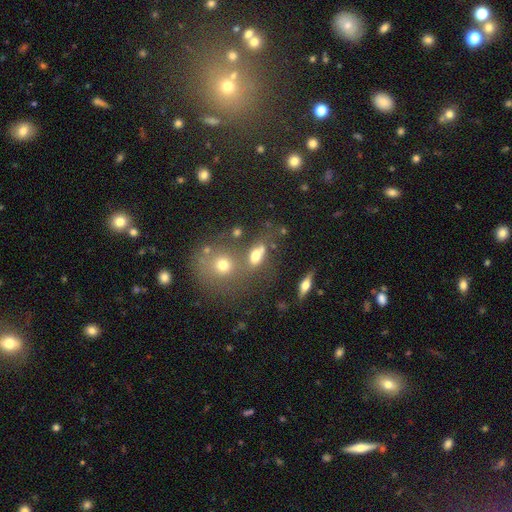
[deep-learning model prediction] Q: Smooth or featured?
A: smooth (65%); runner-up: featured or disk (19%)
Q: How rounded?
A: in between (68%); runner-up: round (25%)
Q: Merging?
A: none (44%); runner-up: merger (33%)